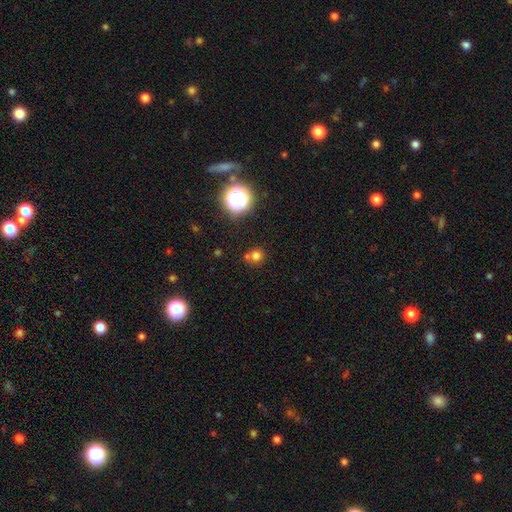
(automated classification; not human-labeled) This appears to be a smooth galaxy with no disk features (71%) that is round (88%). Merging: none (63%).